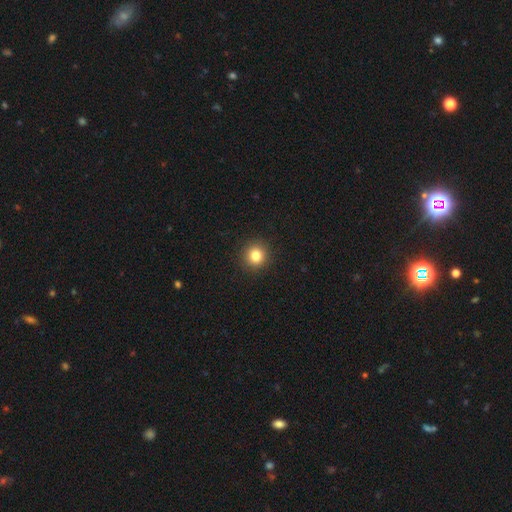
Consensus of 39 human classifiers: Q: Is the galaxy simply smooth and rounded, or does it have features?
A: smooth — 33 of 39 (85%).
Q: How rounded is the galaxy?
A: round — 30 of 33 (91%).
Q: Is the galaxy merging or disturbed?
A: none — 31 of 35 (89%).